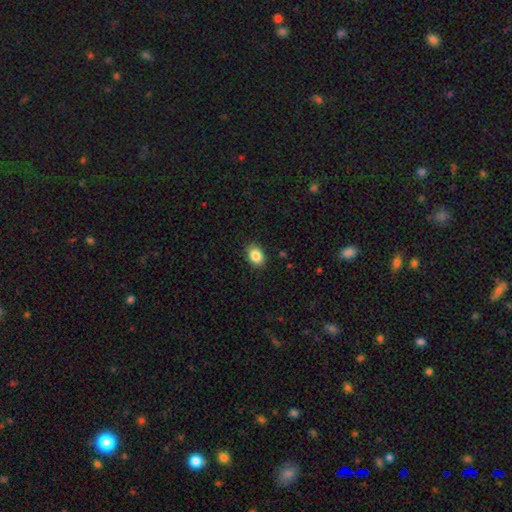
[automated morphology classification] Smooth or featured: smooth — 87% (star or artifact — 8%)
How rounded: in between — 68% (round — 31%)
Merging: none — 88% (minor disturbance — 9%)